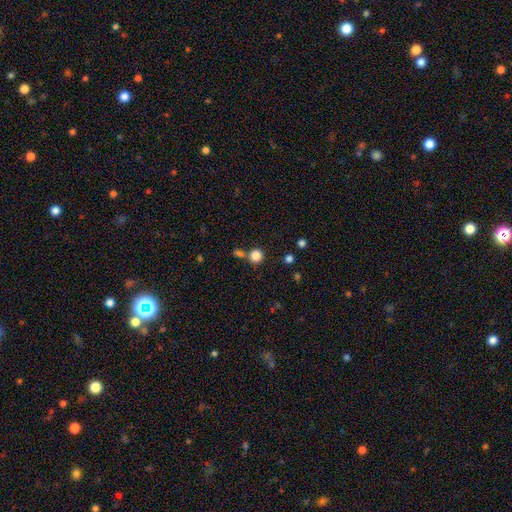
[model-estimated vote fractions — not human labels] Smooth or featured? smooth (84%)
How rounded? round (93%)
Merging? none (71%)